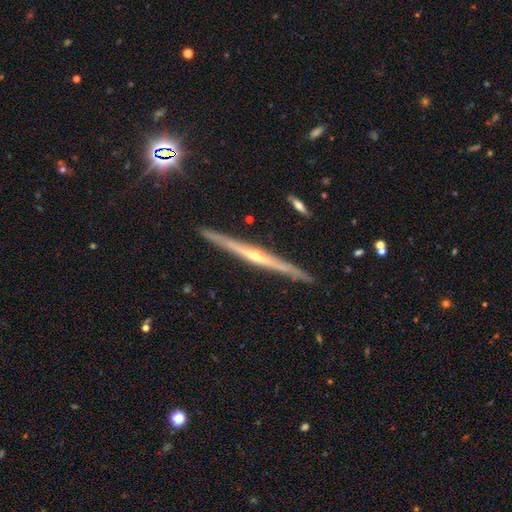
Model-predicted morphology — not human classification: This appears to be a featured or disk galaxy (83%) viewed edge-on (98%) with a rounded central bulge (80%). Merging: none (89%).